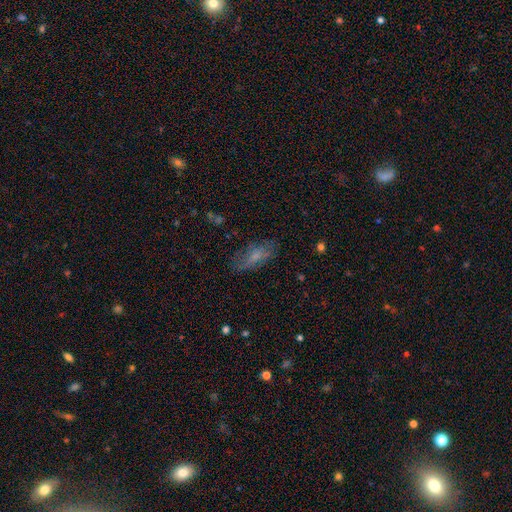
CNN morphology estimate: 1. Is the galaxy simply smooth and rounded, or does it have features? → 60% smooth, 30% featured or disk, 9% star or artifact.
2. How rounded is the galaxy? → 77% in between, 20% cigar-shaped, 3% round.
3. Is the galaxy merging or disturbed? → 66% none, 22% minor disturbance, 10% major disturbance, 2% merger.